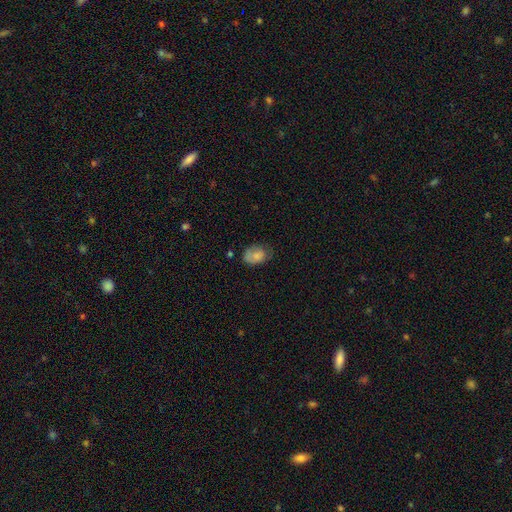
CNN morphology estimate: smooth_or_featured: smooth (p=0.76) [alt: featured or disk p=0.15]
how_rounded: in between (p=0.77) [alt: round p=0.22]
merging: none (p=0.52) [alt: minor disturbance p=0.33]